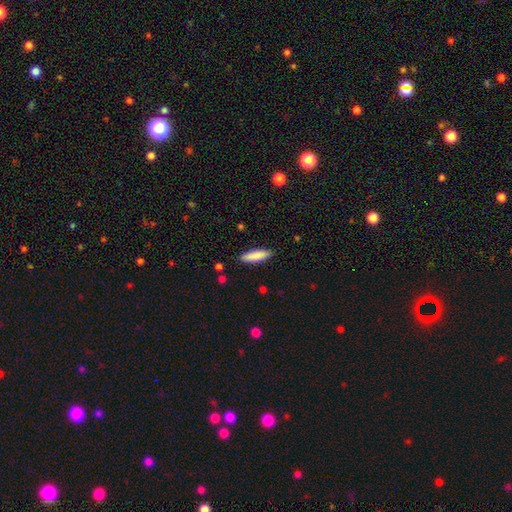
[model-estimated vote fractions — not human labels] A smooth galaxy with no disk features (86%) that is cigar-shaped (64%). Merging: none (89%).